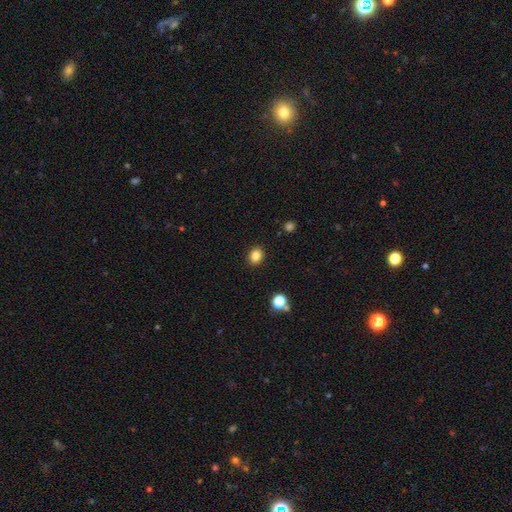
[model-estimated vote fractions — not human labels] Q: Smooth or featured?
A: smooth (84%); runner-up: star or artifact (11%)
Q: How rounded?
A: round (61%); runner-up: in between (39%)
Q: Merging?
A: none (90%); runner-up: minor disturbance (7%)